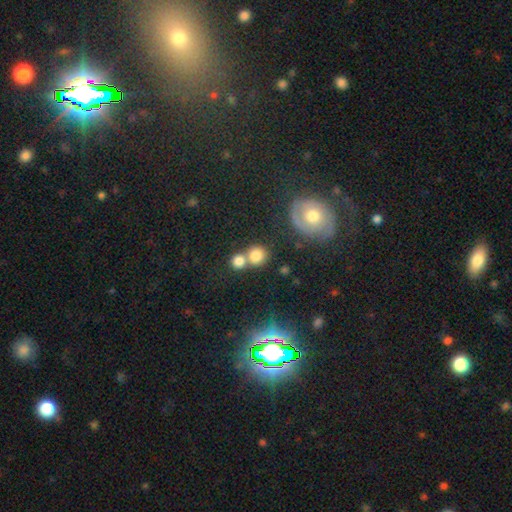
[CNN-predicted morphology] Smooth or featured?
  - smooth: 78% *
  - star or artifact: 12%
  - featured or disk: 10%
How rounded?
  - round: 85% *
  - in between: 14%
  - cigar-shaped: 1%
Merging?
  - none: 47% *
  - merger: 42%
  - minor disturbance: 8%
  - major disturbance: 4%